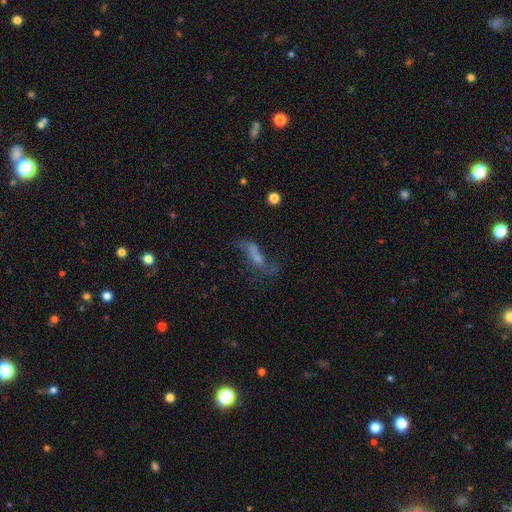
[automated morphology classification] smooth-or-featured: featured or disk: 56% | smooth: 31% | star or artifact: 13%
  disk-edge-on: no: 81% | yes: 19%
  merging: none: 42% | major disturbance: 29% | minor disturbance: 21% | merger: 8%